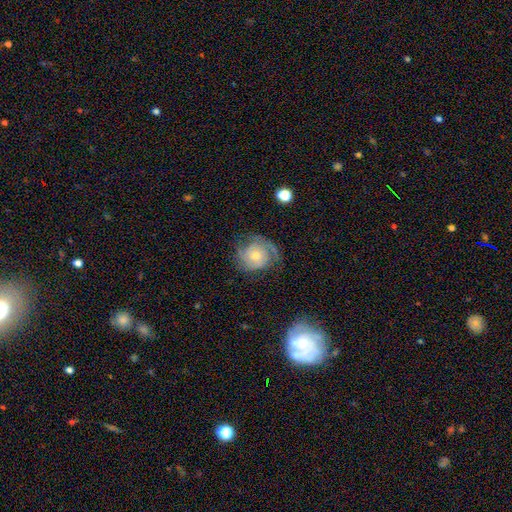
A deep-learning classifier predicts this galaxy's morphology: Overall: featured or disk (76%). Edge-on disk: no (98%). Bar: no (77%). Spiral arms: yes (93%). Spiral arm count: 2 (46%; can't tell 21%). Spiral winding: tight (48%; medium 37%). Bulge size: moderate (47%, tied with small). Merging: none (66%).